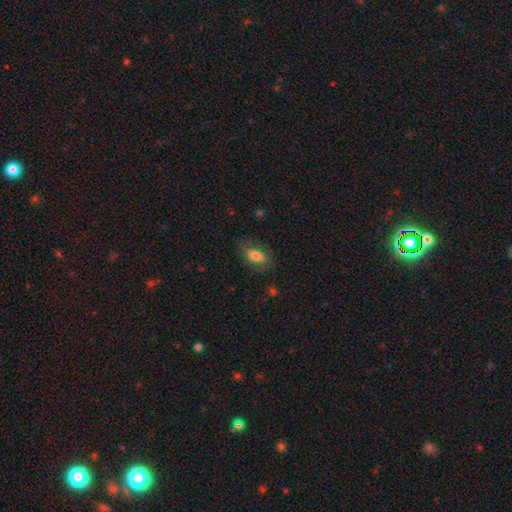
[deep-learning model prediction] smooth 72%, featured or disk 20%, star or artifact 7%. Down the decision tree: how rounded — in between (89%); merging — none (76%).